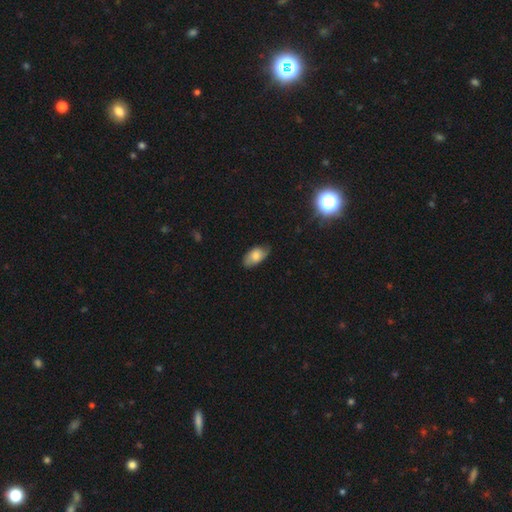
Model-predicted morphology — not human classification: This appears to be a smooth galaxy with no disk features (71%) that is in between round and cigar-shaped (93%). Merging: none (69%).